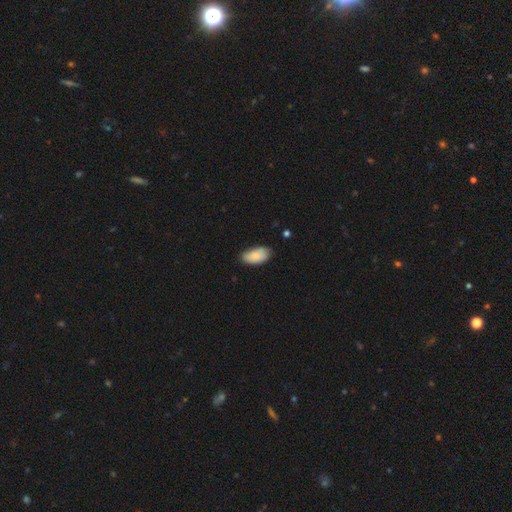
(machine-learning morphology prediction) Smooth or featured: smooth — 86% (featured or disk — 8%)
How rounded: in between — 94% (cigar-shaped — 3%)
Merging: none — 72% (minor disturbance — 23%)